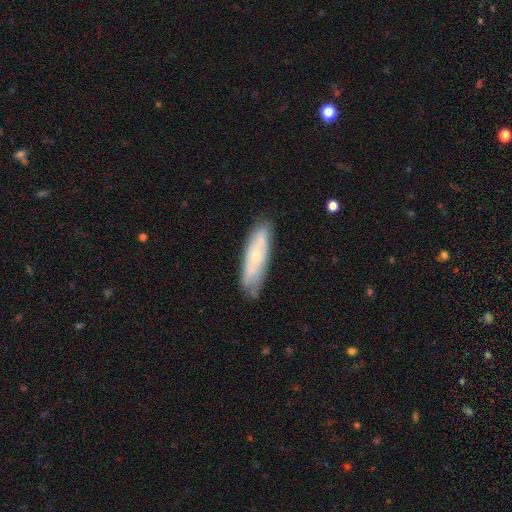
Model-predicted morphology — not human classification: A featured or disk galaxy (53%).

Vote fractions:
- Smooth or featured? featured or disk: 53% / smooth: 40% / star or artifact: 7%
- Edge-on disk? no: 69% / yes: 31%
- Merging? none: 77% / minor disturbance: 18% / major disturbance: 3% / merger: 1%